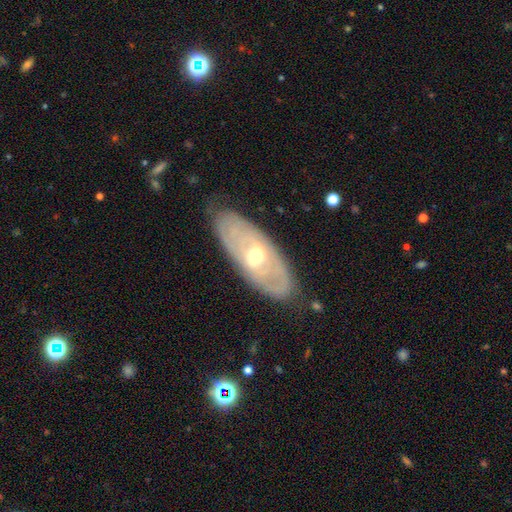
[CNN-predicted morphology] Smooth or featured: featured or disk — 72% (smooth — 23%)
Edge-on disk: no — 83% (yes — 17%)
Bar: no — 51% (weak — 36%)
Spiral arms: yes — 61% (no — 39%)
Bulge size: moderate — 69% (small — 24%)
Merging: none — 79% (minor disturbance — 15%)